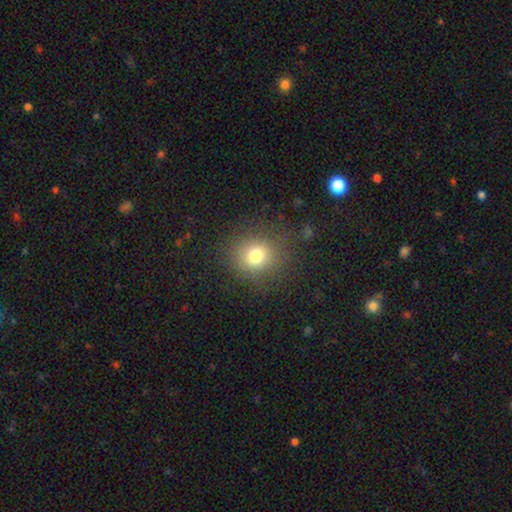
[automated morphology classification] smooth 76%, star or artifact 15%, featured or disk 9%. Down the decision tree: how rounded — round (81%); merging — none (83%).